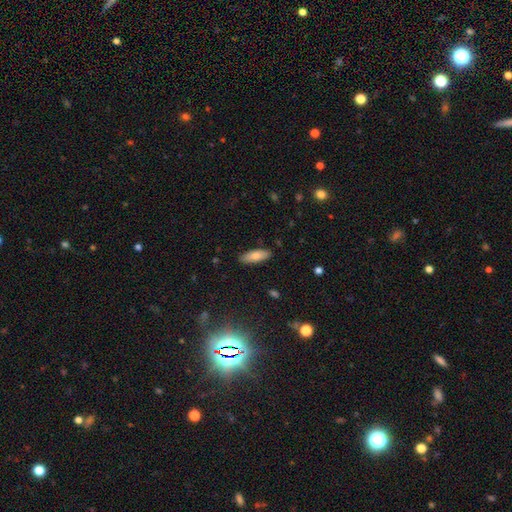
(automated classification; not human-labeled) The model was most divided on "how rounded": in between: 67%, cigar-shaped: 31%, round: 2%. More confident: merging — none (88%); smooth or featured — smooth (78%).